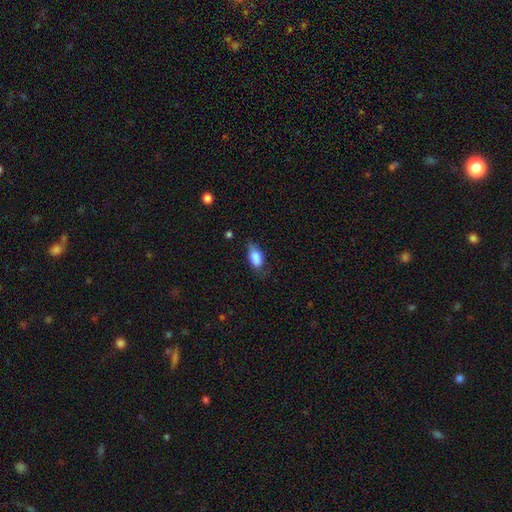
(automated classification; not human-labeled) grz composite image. It shows a smooth galaxy with no disk features (83%) that is in between round and cigar-shaped (88%). Merging: none (60%).